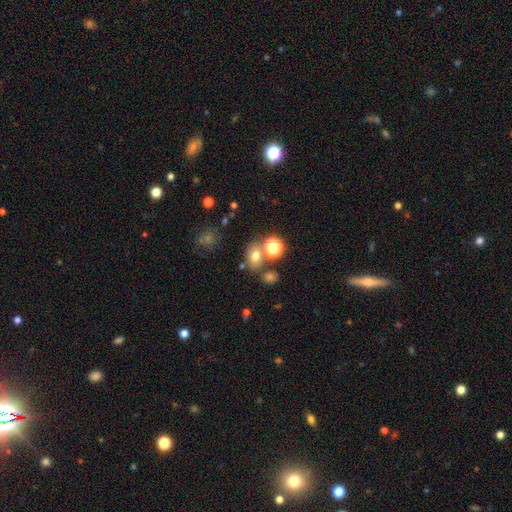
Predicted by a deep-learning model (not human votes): Smooth or featured? Predicted: smooth (p=0.69). How rounded? Predicted: in between (p=0.58). Merging? Predicted: none (p=0.66).